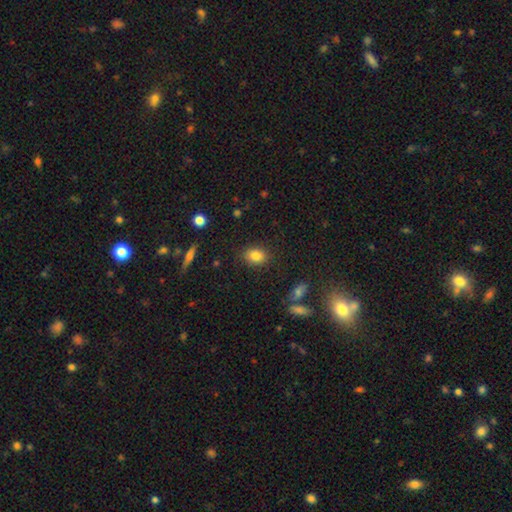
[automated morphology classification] The model was most divided on "how rounded": in between: 59%, round: 39%, cigar-shaped: 1%. More confident: merging — none (86%); smooth or featured — smooth (83%).